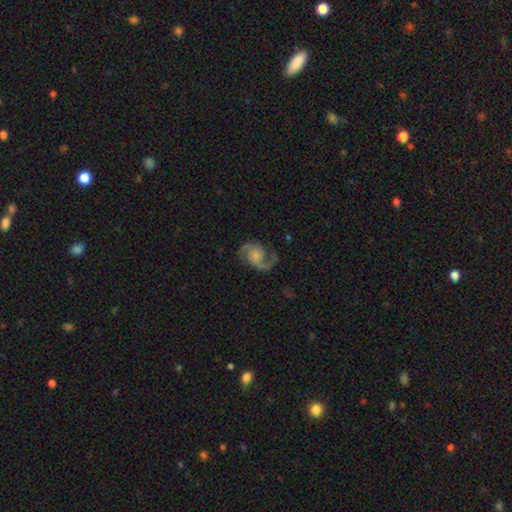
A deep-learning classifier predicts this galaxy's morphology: featured or disk 87%, smooth 8%, star or artifact 5%. Down the decision tree: edge-on disk — no (98%); bar — no (65%); spiral arms — yes (97%); spiral arm count — 2 (90%); spiral winding — medium (50%); bulge size — small (42%); merging — none (71%).